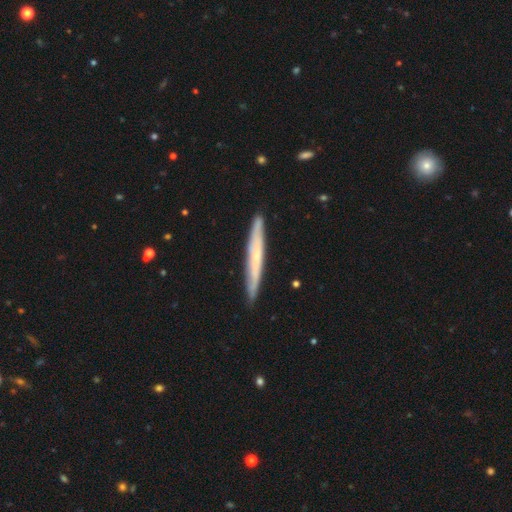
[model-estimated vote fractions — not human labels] Smooth or featured: featured or disk — 53% (smooth — 41%)
Edge-on disk: yes — 89% (no — 11%)
Merging: none — 89% (minor disturbance — 9%)